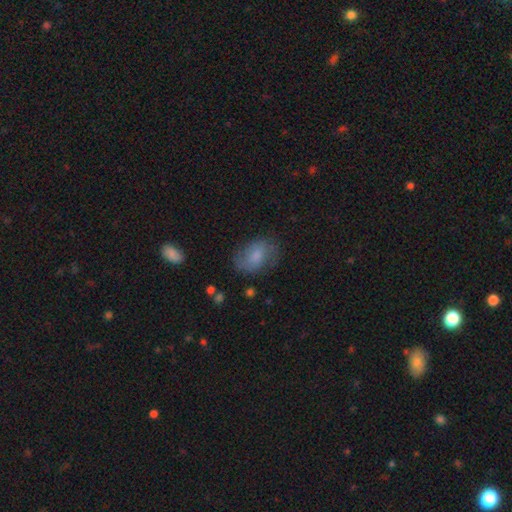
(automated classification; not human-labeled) smooth 60%, featured or disk 32%, star or artifact 8%. Down the decision tree: how rounded — in between (83%); merging — none (66%).